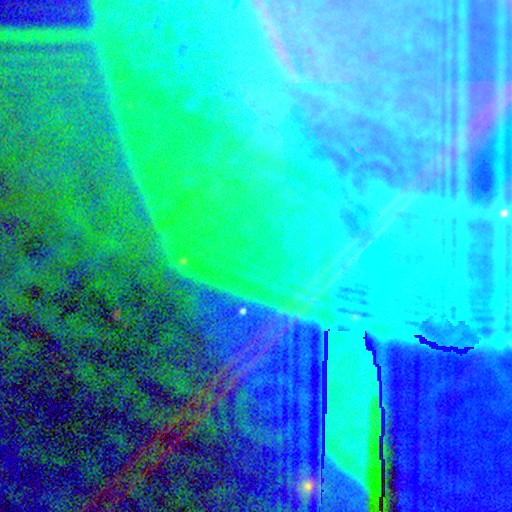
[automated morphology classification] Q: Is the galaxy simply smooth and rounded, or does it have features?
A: star or artifact — 87%.